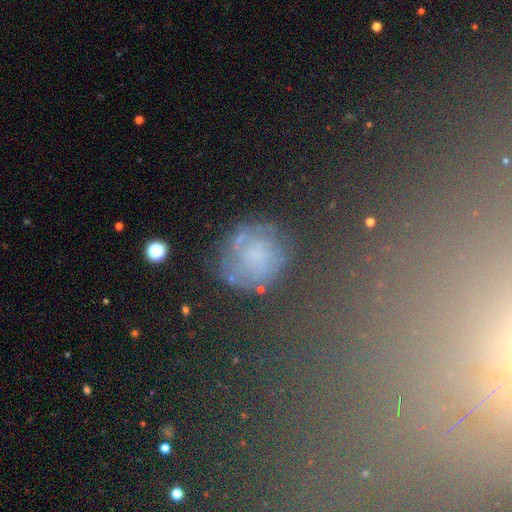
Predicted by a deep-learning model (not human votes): This appears to be a smooth galaxy with no disk features (42%). Merging: none (67%).